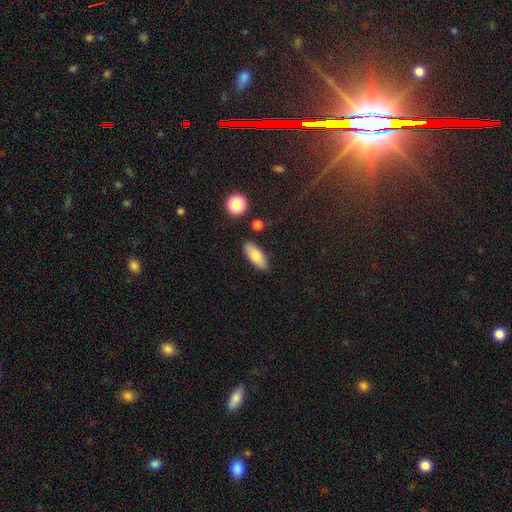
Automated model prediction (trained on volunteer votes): This is likely a smooth galaxy (79%). How rounded: likely in between (76%). Merging: clearly none (86%).